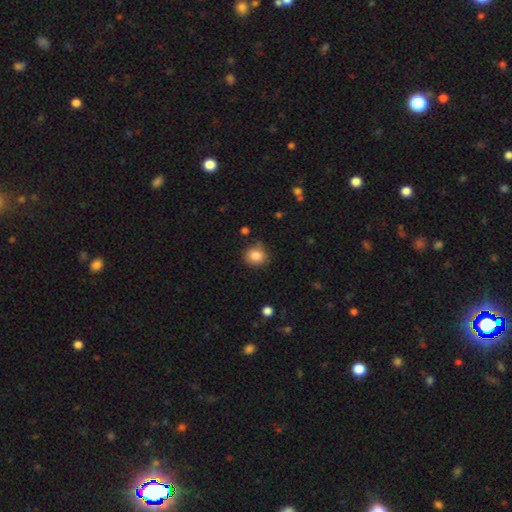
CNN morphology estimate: A smooth galaxy with no disk features (84%) that is round (82%). Merging: none (80%).